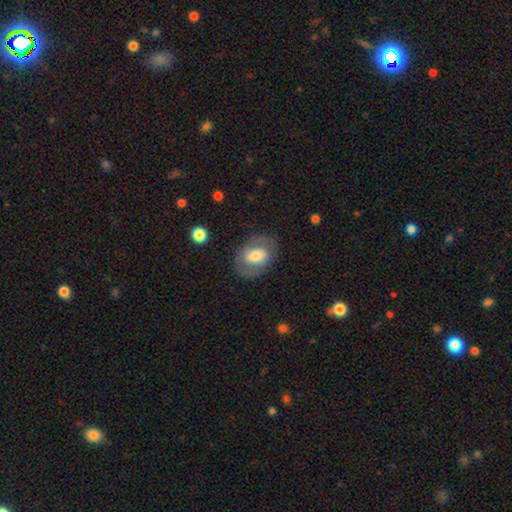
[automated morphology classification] Smooth or featured?
  - smooth: 54% *
  - featured or disk: 39%
  - star or artifact: 7%
How rounded?
  - in between: 76% *
  - round: 23%
  - cigar-shaped: 1%
Merging?
  - none: 77% *
  - minor disturbance: 14%
  - major disturbance: 8%
  - merger: 1%